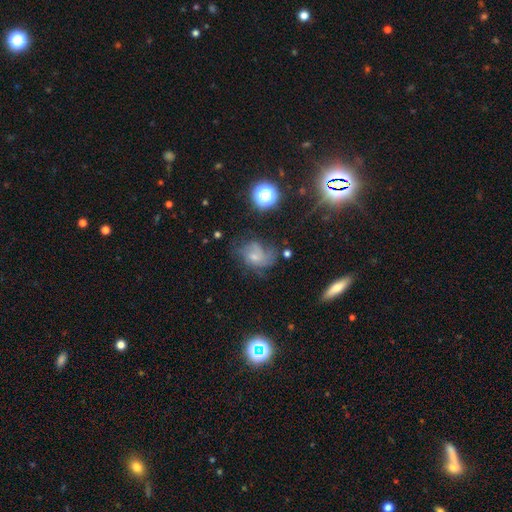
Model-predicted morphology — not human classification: smooth_or_featured: featured or disk (p=0.44) [alt: smooth p=0.39]
merging: none (p=0.38) [alt: major disturbance p=0.31]